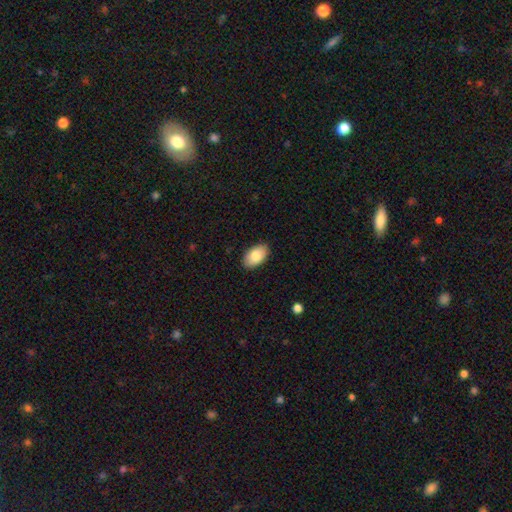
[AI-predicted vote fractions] Morphology: type=smooth (85%); roundness=in between (95%); merging=none (89%).